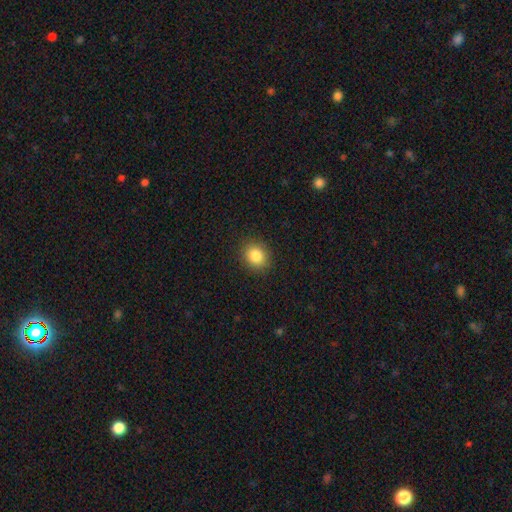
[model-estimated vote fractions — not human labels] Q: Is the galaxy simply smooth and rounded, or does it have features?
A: smooth — 84%.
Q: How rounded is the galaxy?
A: round — 67%.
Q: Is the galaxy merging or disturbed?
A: none — 89%.